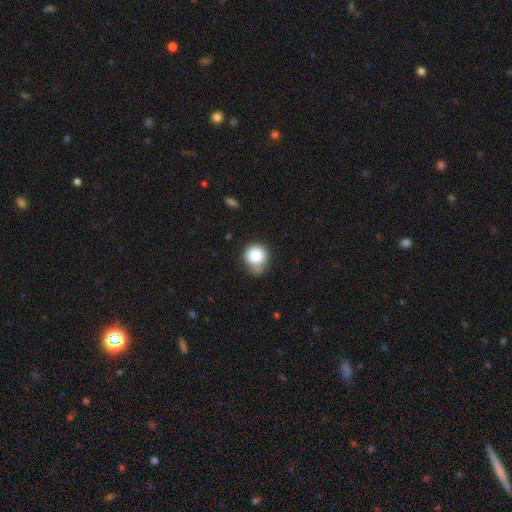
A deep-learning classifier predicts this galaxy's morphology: The model was most divided on "merging": none: 52%, minor disturbance: 31%, major disturbance: 9%, merger: 9%. More confident: how rounded — round (88%); smooth or featured — smooth (84%).